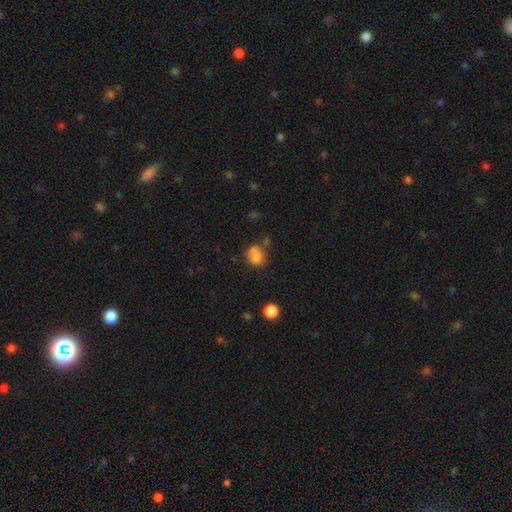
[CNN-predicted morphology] Smooth or featured? smooth (75%)
How rounded? round (59%)
Merging? none (44%)